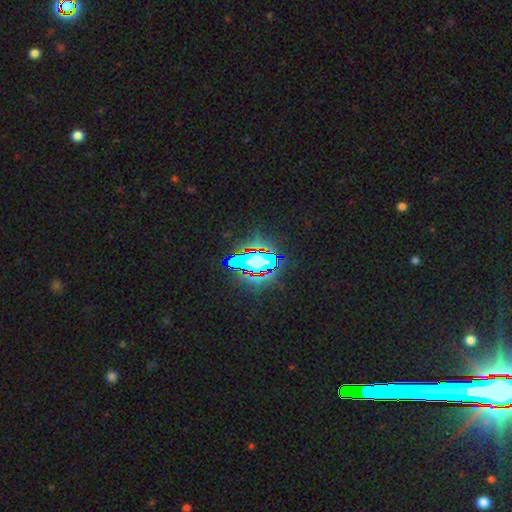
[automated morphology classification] This appears to be a star or artifact, not a galaxy (74%).